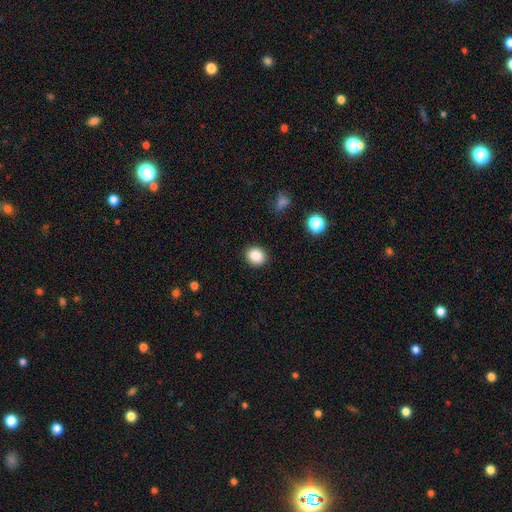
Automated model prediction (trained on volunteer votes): Morphology: type=smooth (87%); roundness=round (70%); merging=none (90%).